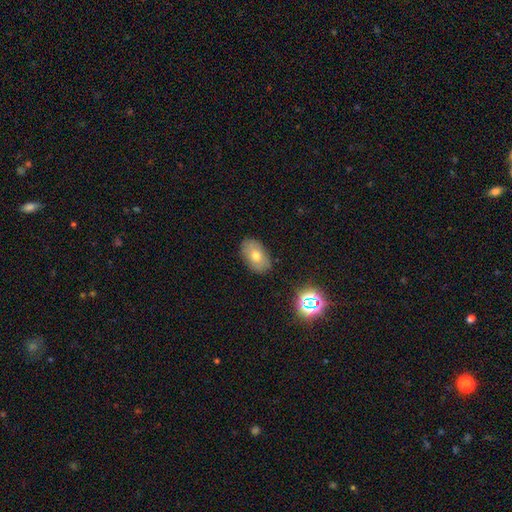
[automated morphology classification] This appears to be a smooth galaxy with no disk features (70%) that is in between round and cigar-shaped (88%). Merging: none (85%).